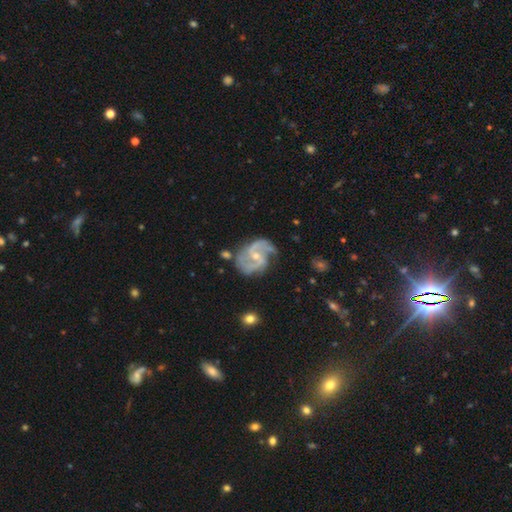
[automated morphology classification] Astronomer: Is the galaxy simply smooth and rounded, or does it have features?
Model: featured or disk — 91%.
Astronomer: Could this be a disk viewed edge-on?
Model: no — 98%.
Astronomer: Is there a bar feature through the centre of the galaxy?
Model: weak — 45% (runner-up: no, 38%).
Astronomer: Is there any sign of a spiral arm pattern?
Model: yes — 97%.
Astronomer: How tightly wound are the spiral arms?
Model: medium — 54%.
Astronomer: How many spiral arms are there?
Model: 2 — 83%.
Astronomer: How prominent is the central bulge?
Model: small — 61%.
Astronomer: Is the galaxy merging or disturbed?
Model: none — 62%.